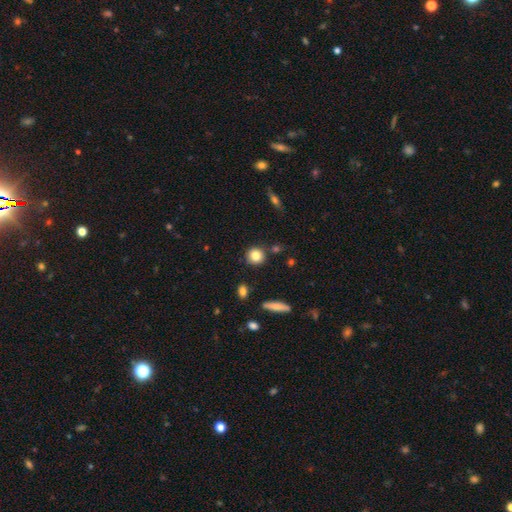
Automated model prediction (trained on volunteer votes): A smooth galaxy with no disk features (82%) that is round (89%). Merging: none (87%).